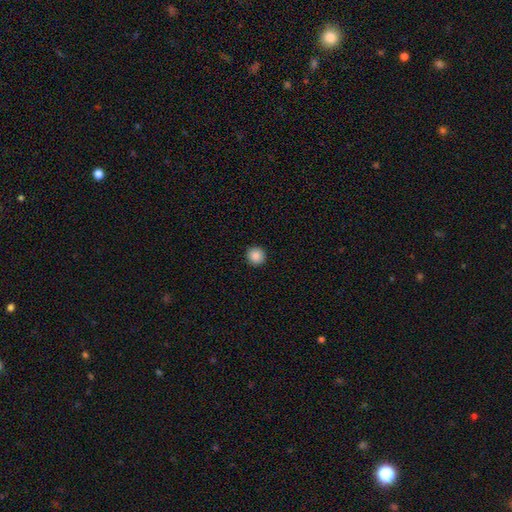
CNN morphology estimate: smooth 88%, star or artifact 9%, featured or disk 3%. Down the decision tree: how rounded — round (95%); merging — none (93%).